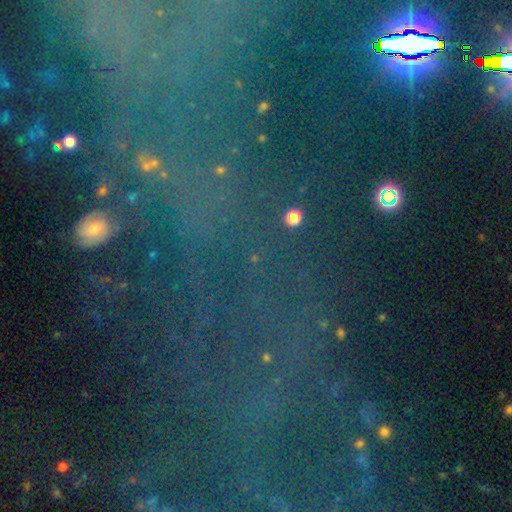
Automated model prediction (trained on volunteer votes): Smooth or featured? Predicted: star or artifact (p=0.69).